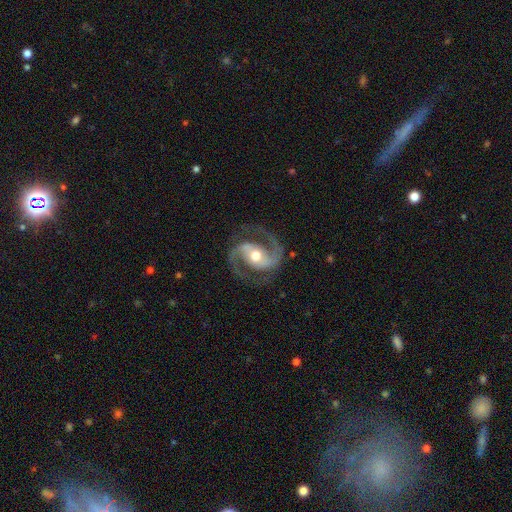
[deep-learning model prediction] A featured or disk galaxy (93%) with a weak bar (40%), 2 (95%) medium (67%) spiral arms (98%) and a moderate central bulge (73%).

Vote fractions:
- Smooth or featured? featured or disk: 93% / star or artifact: 4% / smooth: 3%
- Edge-on disk? no: 98% / yes: 2%
- Bar? weak: 40% / no: 31% / strong: 29%
- Spiral arms? yes: 98% / no: 2%
- Spiral winding? medium: 67% / tight: 18% / loose: 15%
- Spiral arm count? 2: 95% / can't tell: 1% / 3: 1% / 1: 1% / 4: 1% / more than 4: 1%
- Bulge size? moderate: 73% / small: 14% / large: 12% / none: 1% / dominant: 1%
- Merging? none: 83% / minor disturbance: 11% / major disturbance: 5% / merger: 1%